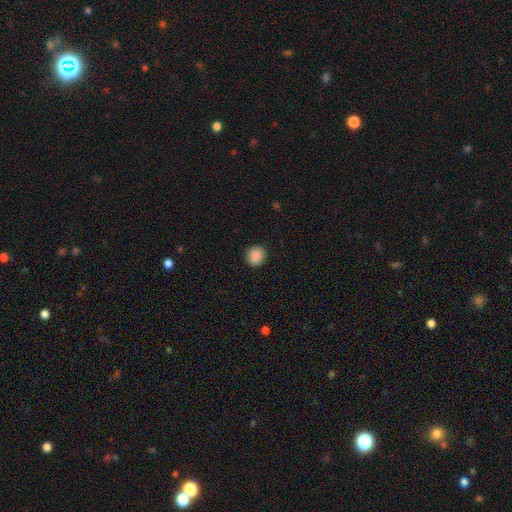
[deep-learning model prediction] smooth-or-featured: smooth: 88% | star or artifact: 8% | featured or disk: 3%
  how-rounded: round: 89% | in between: 10% | cigar-shaped: 1%
  merging: none: 91% | minor disturbance: 6% | major disturbance: 2% | merger: 1%